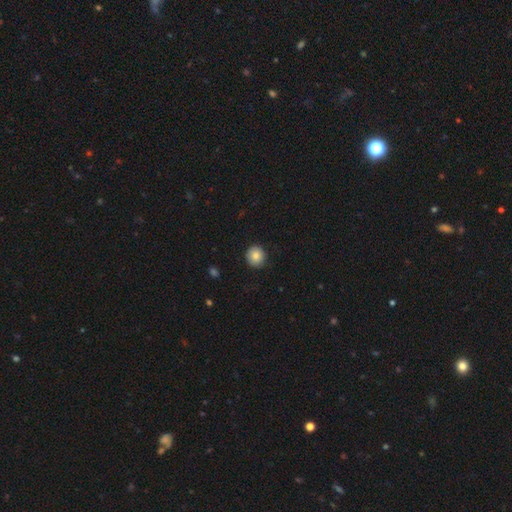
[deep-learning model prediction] A smooth galaxy with no disk features (84%) that is round (91%). Merging: none (89%).